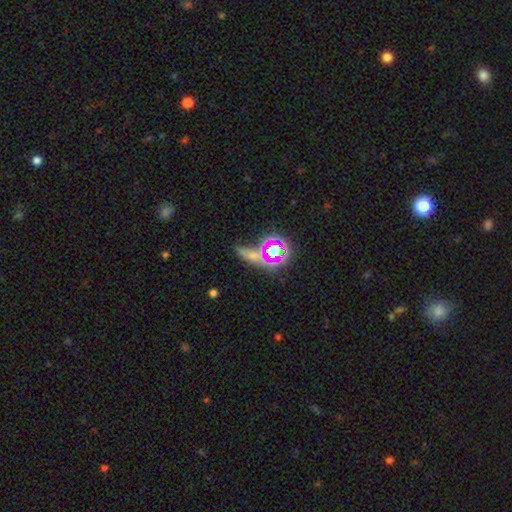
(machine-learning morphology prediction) smooth_or_featured: star or artifact (p=0.49) [alt: smooth p=0.35]